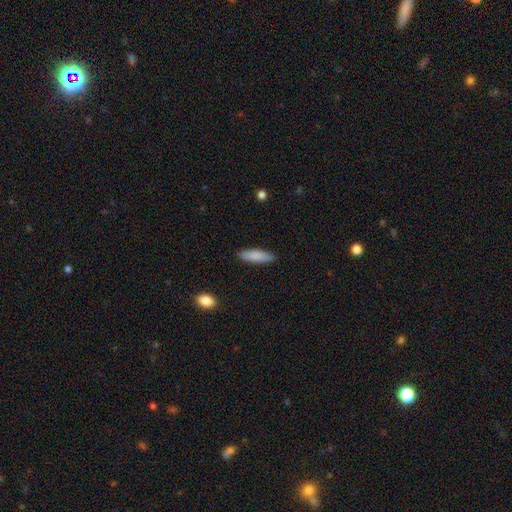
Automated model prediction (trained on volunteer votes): A smooth galaxy with no disk features (86%) that is cigar-shaped (61%).

Vote fractions:
- Smooth or featured? smooth: 86% / featured or disk: 9% / star or artifact: 6%
- How rounded? cigar-shaped: 61% / in between: 38% / round: 2%
- Merging? none: 88% / minor disturbance: 9% / major disturbance: 2% / merger: 1%